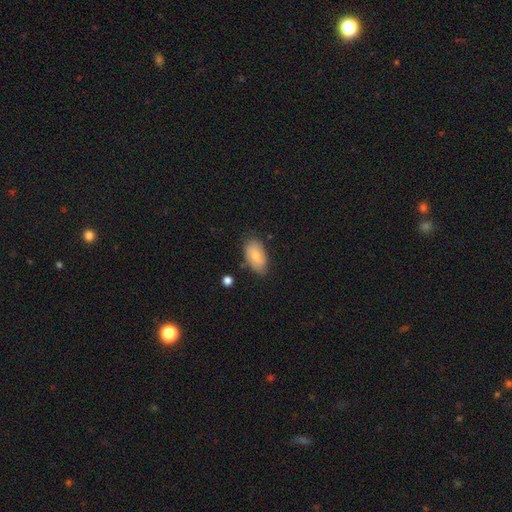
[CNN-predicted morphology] Smooth or featured?
  - smooth: 69% *
  - featured or disk: 25%
  - star or artifact: 6%
How rounded?
  - in between: 93% *
  - round: 5%
  - cigar-shaped: 2%
Merging?
  - none: 71% *
  - minor disturbance: 23%
  - major disturbance: 4%
  - merger: 2%